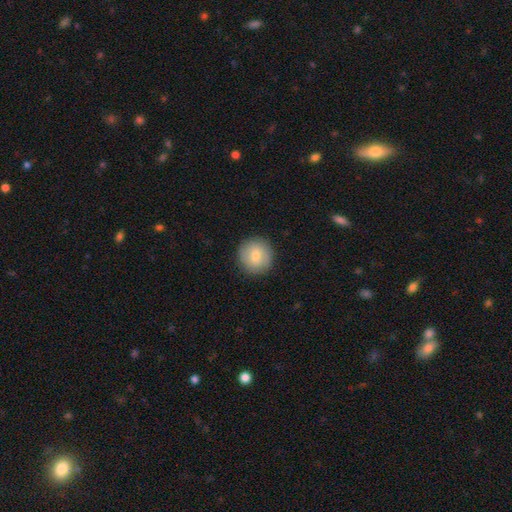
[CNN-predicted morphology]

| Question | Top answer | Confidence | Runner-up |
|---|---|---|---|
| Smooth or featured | smooth | 76% | featured or disk (17%) |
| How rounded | round | 94% | in between (5%) |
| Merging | none | 89% | minor disturbance (8%) |